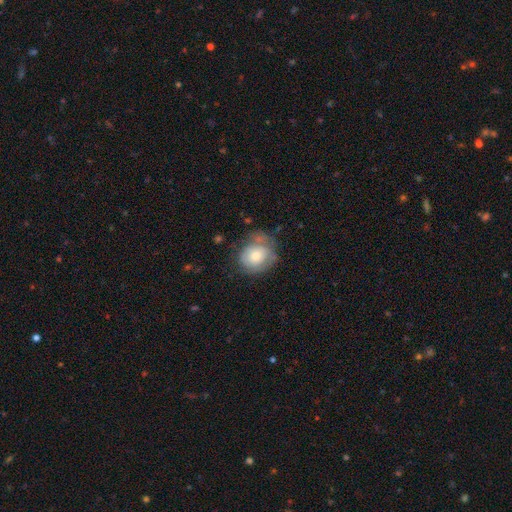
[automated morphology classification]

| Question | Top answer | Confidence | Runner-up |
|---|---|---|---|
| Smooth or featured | smooth | 62% | featured or disk (31%) |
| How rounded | round | 70% | in between (29%) |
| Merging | none | 52% | minor disturbance (29%) |